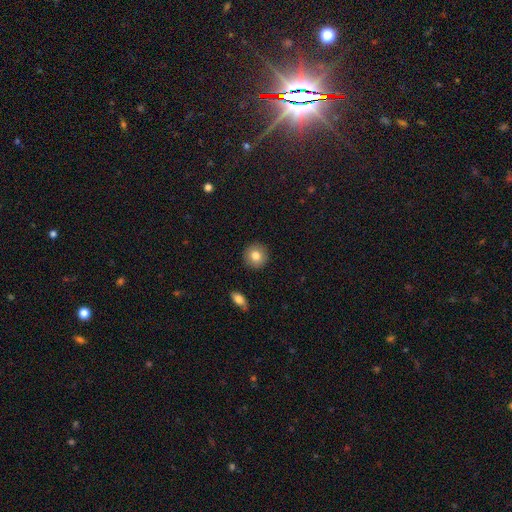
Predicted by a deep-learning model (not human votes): Overall: smooth (81%). How rounded: round (93%). Merging: none (92%).